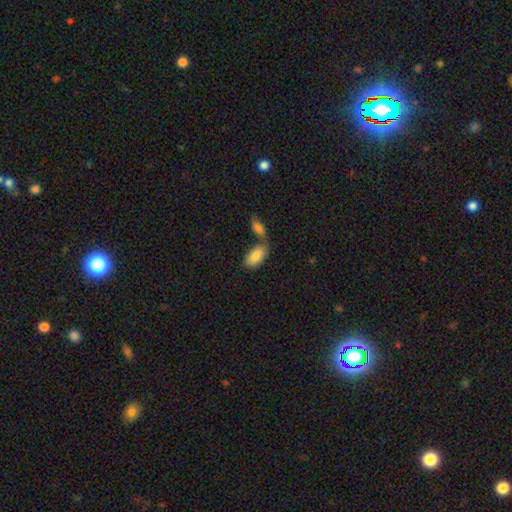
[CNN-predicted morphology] smooth-or-featured: smooth: 84% | featured or disk: 10% | star or artifact: 6%
  how-rounded: in between: 94% | cigar-shaped: 3% | round: 3%
  merging: none: 47% | merger: 36% | minor disturbance: 12% | major disturbance: 4%